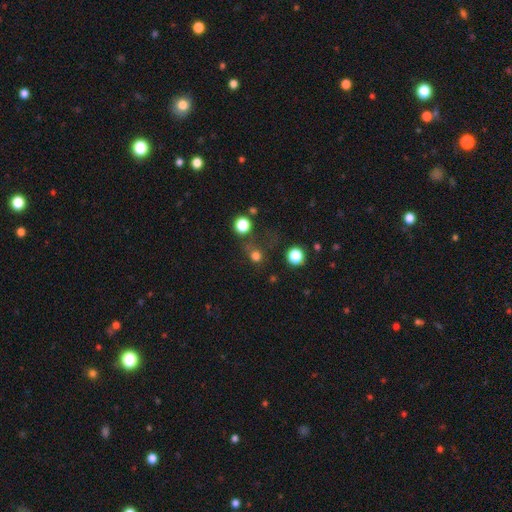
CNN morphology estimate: This appears to be a smooth galaxy with no disk features (72%) that is round (87%). Merging: none (60%).